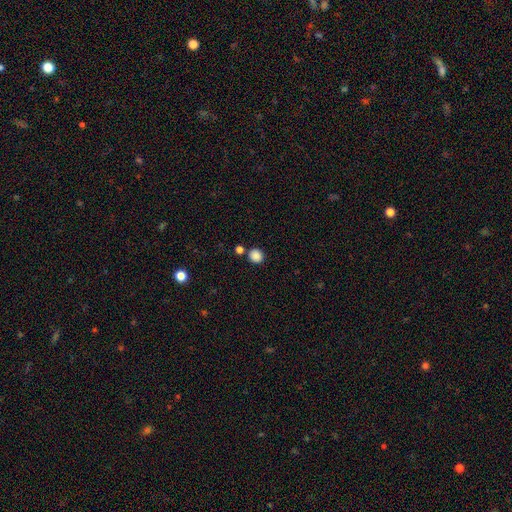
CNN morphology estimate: Smooth or featured? Predicted: smooth (p=0.86). How rounded? Predicted: round (p=0.85). Merging? Predicted: none (p=0.80).